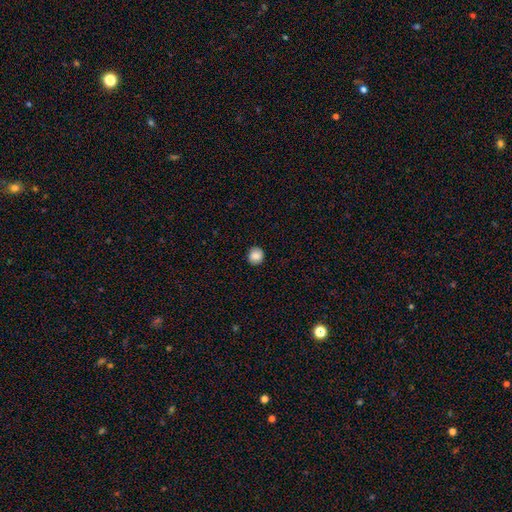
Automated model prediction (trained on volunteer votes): Smooth or featured? Predicted: smooth (p=0.84). How rounded? Predicted: round (p=0.87). Merging? Predicted: none (p=0.88).